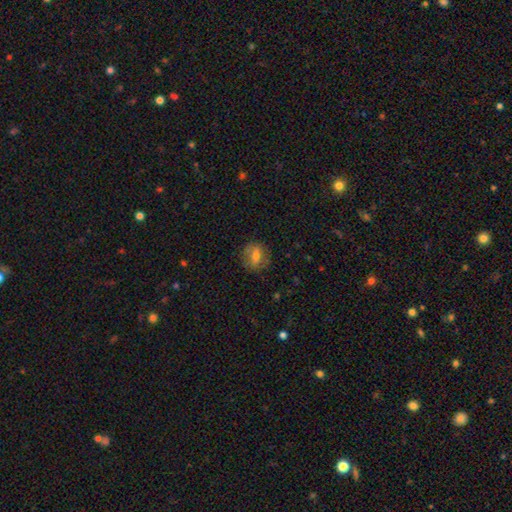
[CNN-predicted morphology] Smooth or featured? Predicted: smooth (p=0.64). How rounded? Predicted: round (p=0.59). Merging? Predicted: none (p=0.77).